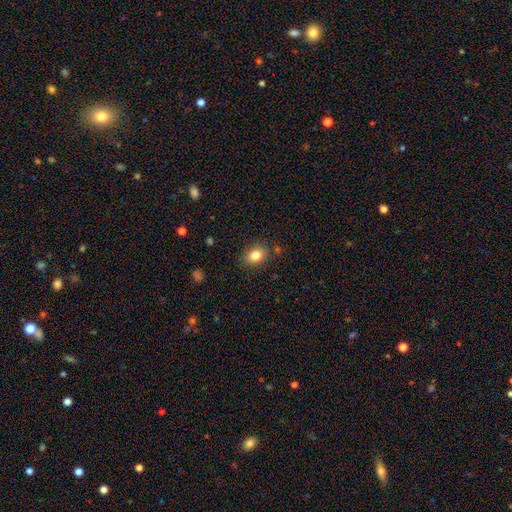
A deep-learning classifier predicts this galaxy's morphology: smooth_or_featured: smooth (p=0.83) [alt: star or artifact p=0.09]
how_rounded: in between (p=0.71) [alt: round p=0.28]
merging: none (p=0.83) [alt: minor disturbance p=0.11]